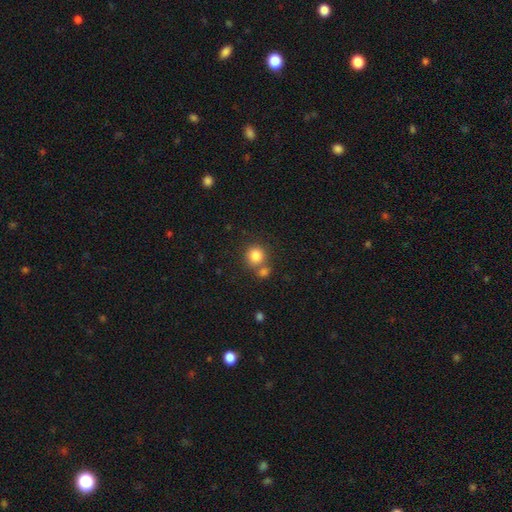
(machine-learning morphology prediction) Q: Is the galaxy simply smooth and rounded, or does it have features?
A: smooth — 83%.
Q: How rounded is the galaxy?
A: round — 90%.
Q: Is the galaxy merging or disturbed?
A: none — 59%.